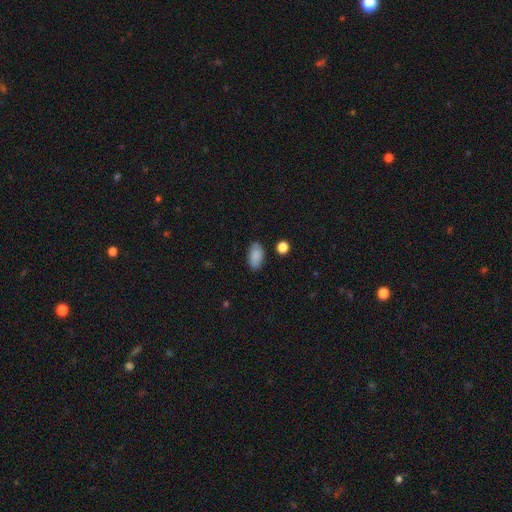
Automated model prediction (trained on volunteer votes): smooth_or_featured: smooth (p=0.86) [alt: star or artifact p=0.08]
how_rounded: in between (p=0.92) [alt: round p=0.06]
merging: none (p=0.79) [alt: minor disturbance p=0.15]